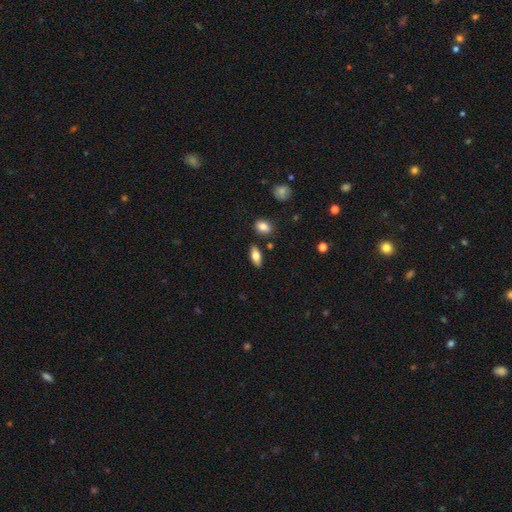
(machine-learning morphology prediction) The model was most divided on "smooth or featured": smooth: 73%, featured or disk: 20%, star or artifact: 7%. More confident: how rounded — in between (84%); merging — none (83%).